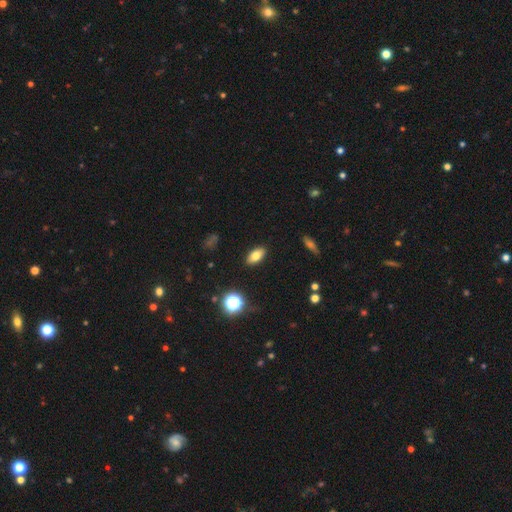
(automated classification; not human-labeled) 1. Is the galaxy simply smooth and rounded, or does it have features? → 76% smooth, 13% featured or disk, 11% star or artifact.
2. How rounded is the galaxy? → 89% in between, 6% cigar-shaped, 6% round.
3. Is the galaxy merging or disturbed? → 88% none, 8% minor disturbance, 2% major disturbance, 1% merger.